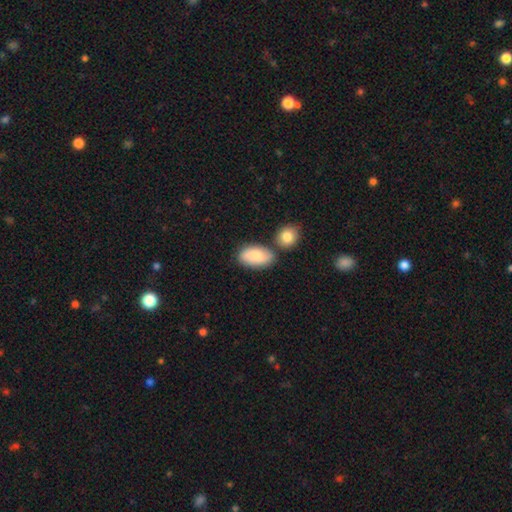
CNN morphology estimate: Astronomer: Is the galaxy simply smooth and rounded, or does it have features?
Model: smooth — 75%.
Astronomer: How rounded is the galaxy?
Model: in between — 92%.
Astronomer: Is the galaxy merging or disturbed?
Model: none — 61%.